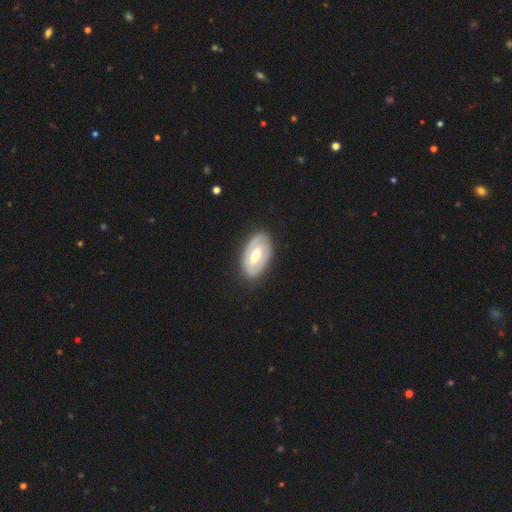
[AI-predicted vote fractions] featured or disk 58%, smooth 37%, star or artifact 5%. Down the decision tree: edge-on disk — no (91%); bar — weak (39%); spiral arms — no (66%); bulge size — moderate (71%); merging — none (84%).